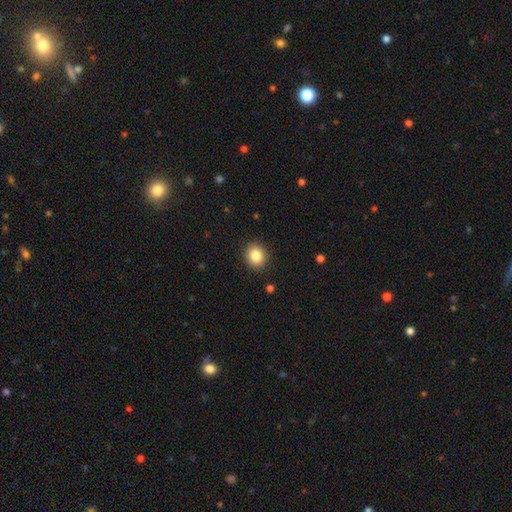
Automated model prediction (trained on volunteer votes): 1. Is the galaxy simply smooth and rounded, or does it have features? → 84% smooth, 10% star or artifact, 6% featured or disk.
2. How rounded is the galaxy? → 76% round, 23% in between, 1% cigar-shaped.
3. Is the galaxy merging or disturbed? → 90% none, 7% minor disturbance, 2% major disturbance, 1% merger.